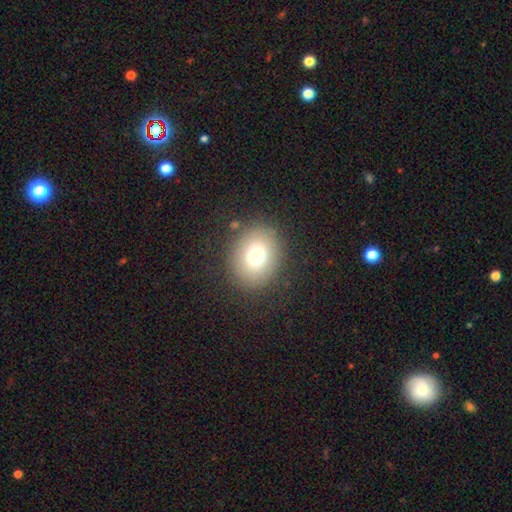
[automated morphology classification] Smooth or featured? Predicted: smooth (p=0.73). How rounded? Predicted: round (p=0.63). Merging? Predicted: none (p=0.85).